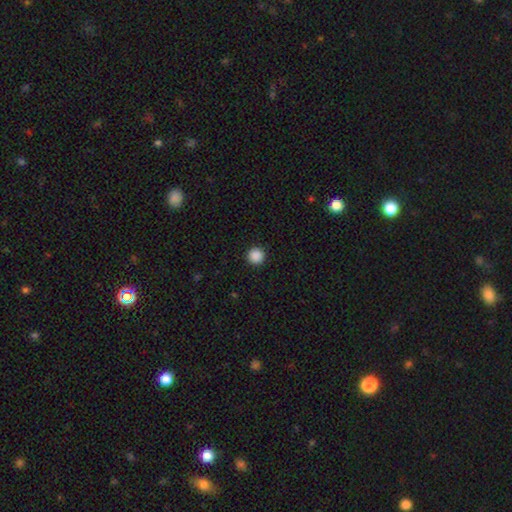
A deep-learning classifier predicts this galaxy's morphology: smooth-or-featured: smooth: 88% | star or artifact: 10% | featured or disk: 2%
  how-rounded: round: 96% | in between: 3% | cigar-shaped: 1%
  merging: none: 93% | minor disturbance: 4% | major disturbance: 2% | merger: 1%